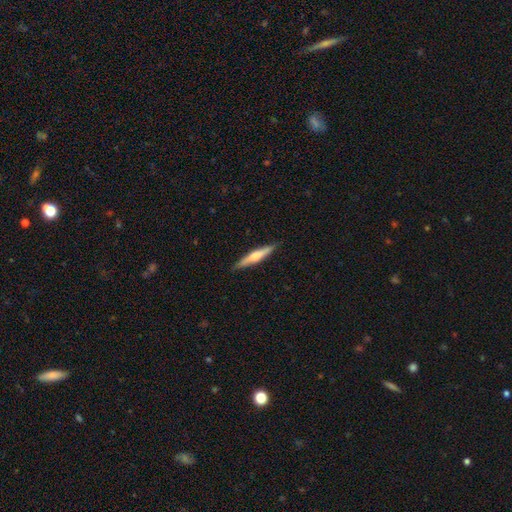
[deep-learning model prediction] This is possibly a featured or disk galaxy (49%). Merging: clearly none (89%).